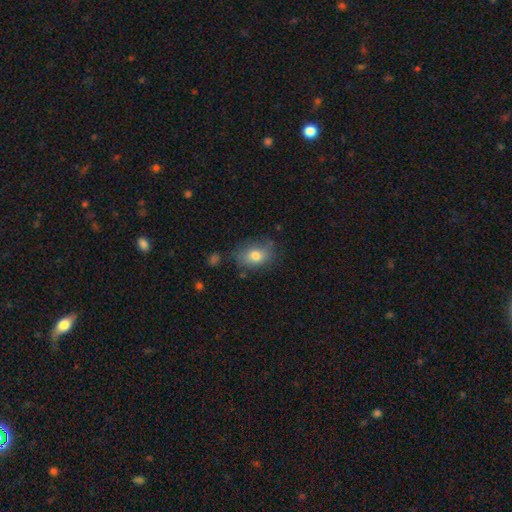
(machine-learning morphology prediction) This appears to be a smooth galaxy with no disk features (77%) that is in between round and cigar-shaped (76%). Merging: none (67%).